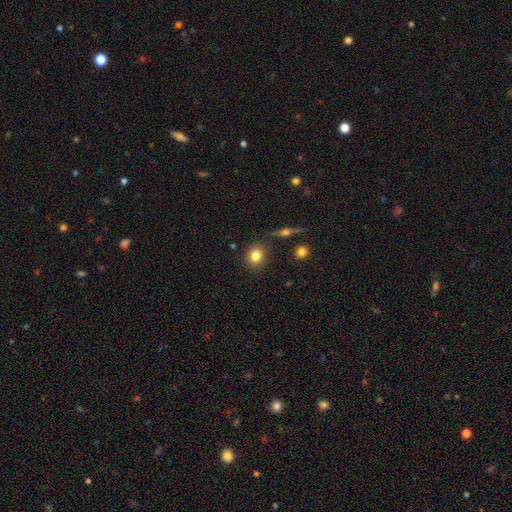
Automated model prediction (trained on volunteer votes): smooth-or-featured: smooth: 81% | star or artifact: 10% | featured or disk: 9%
  how-rounded: round: 78% | in between: 20% | cigar-shaped: 1%
  merging: none: 84% | minor disturbance: 9% | merger: 4% | major disturbance: 3%